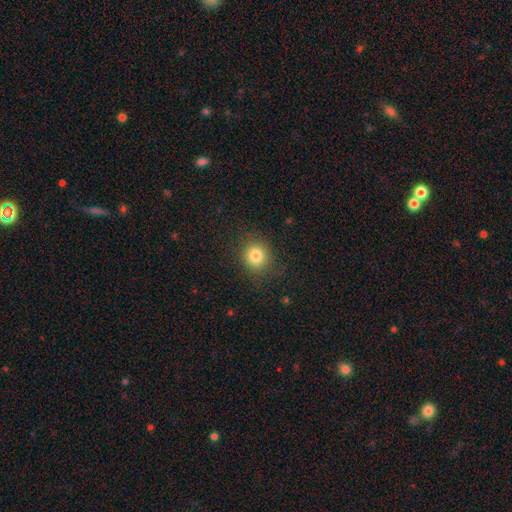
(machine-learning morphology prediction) Smooth or featured? smooth (82%)
How rounded? round (83%)
Merging? none (85%)